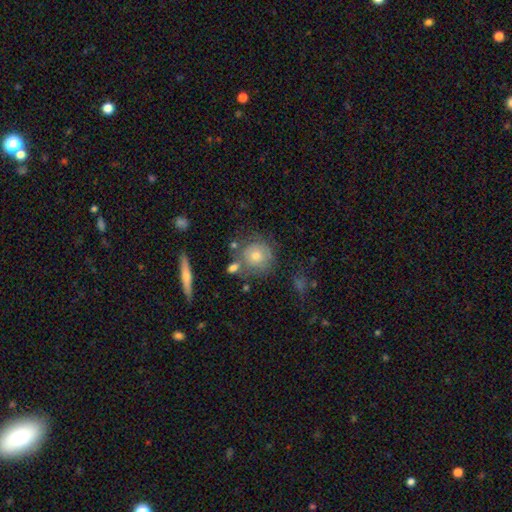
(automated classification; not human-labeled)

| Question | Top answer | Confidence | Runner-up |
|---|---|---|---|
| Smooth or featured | smooth | 47% | featured or disk (42%) |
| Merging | none | 65% | minor disturbance (18%) |